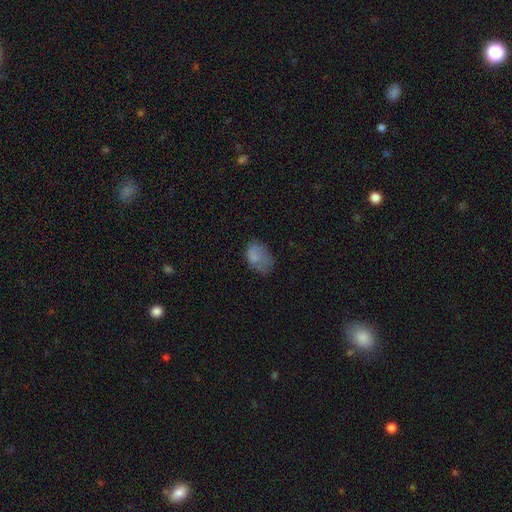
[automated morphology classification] A smooth galaxy with no disk features (76%) that is in between round and cigar-shaped (86%). Merging: none (44%).